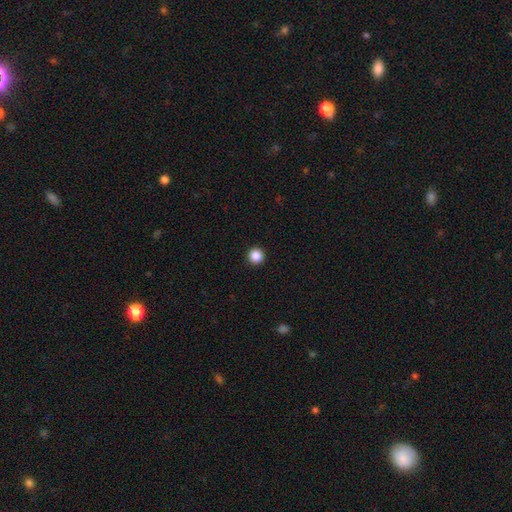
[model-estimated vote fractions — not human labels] Morphology: type=smooth (87%); roundness=round (96%); merging=none (94%).